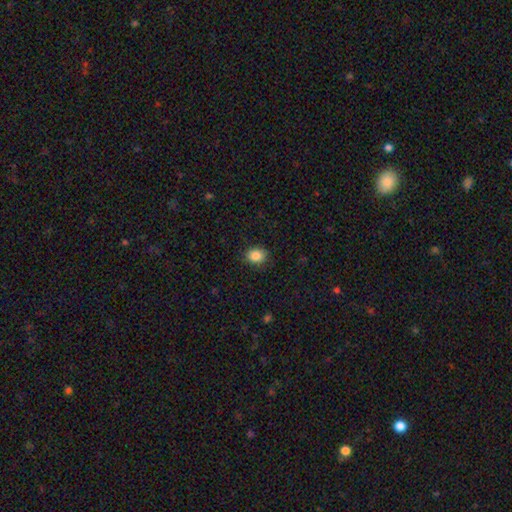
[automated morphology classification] smooth-or-featured: smooth: 86% | star or artifact: 10% | featured or disk: 5%
  how-rounded: round: 52% | in between: 47% | cigar-shaped: 1%
  merging: none: 87% | minor disturbance: 10% | major disturbance: 2% | merger: 1%